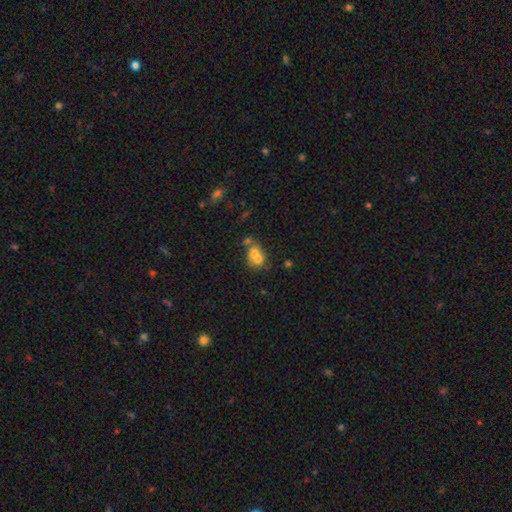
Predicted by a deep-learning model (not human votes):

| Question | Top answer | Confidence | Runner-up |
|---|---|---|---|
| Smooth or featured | smooth | 64% | featured or disk (24%) |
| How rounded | round | 60% | in between (39%) |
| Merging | merger | 65% | none (24%) |